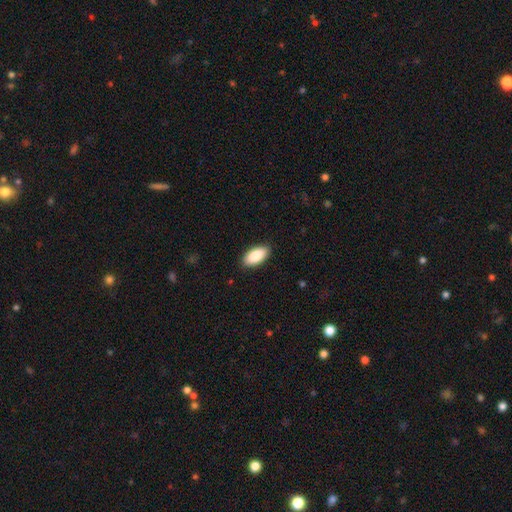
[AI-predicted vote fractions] smooth-or-featured: smooth: 88% | featured or disk: 7% | star or artifact: 6%
  how-rounded: in between: 92% | cigar-shaped: 6% | round: 2%
  merging: none: 88% | minor disturbance: 9% | major disturbance: 2% | merger: 1%